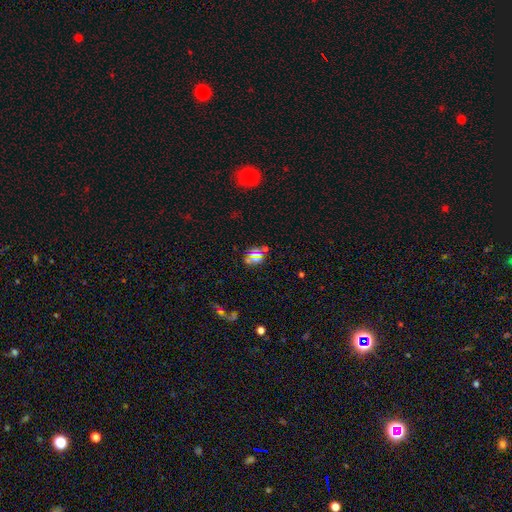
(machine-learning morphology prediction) star or artifact 51%, smooth 37%, featured or disk 11%.